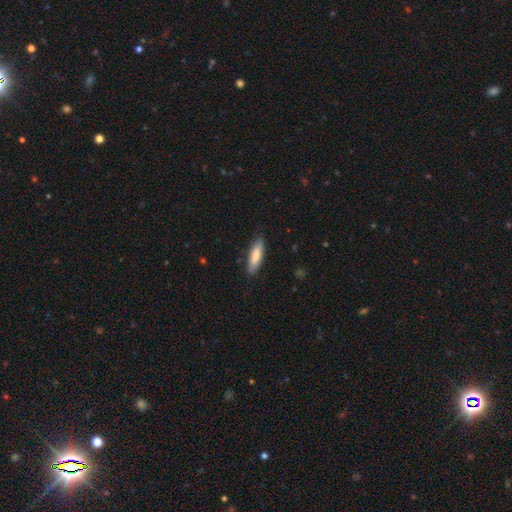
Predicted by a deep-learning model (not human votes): This is likely a smooth galaxy (79%). How rounded: possibly cigar-shaped (55%). Merging: clearly none (85%).